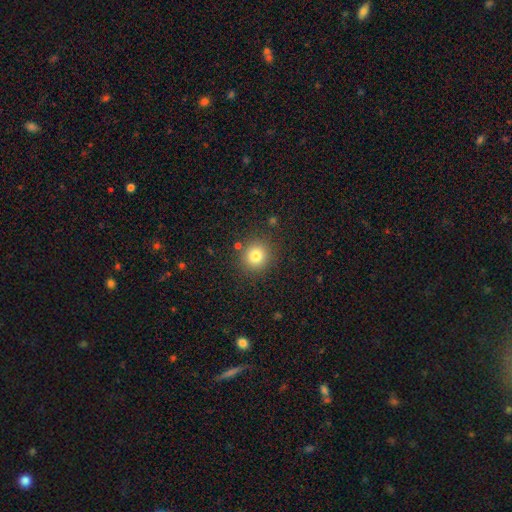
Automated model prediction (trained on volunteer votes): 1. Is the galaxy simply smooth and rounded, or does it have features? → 80% smooth, 13% star or artifact, 8% featured or disk.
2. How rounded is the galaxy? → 91% round, 8% in between, 1% cigar-shaped.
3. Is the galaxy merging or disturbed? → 87% none, 8% minor disturbance, 3% major disturbance, 3% merger.